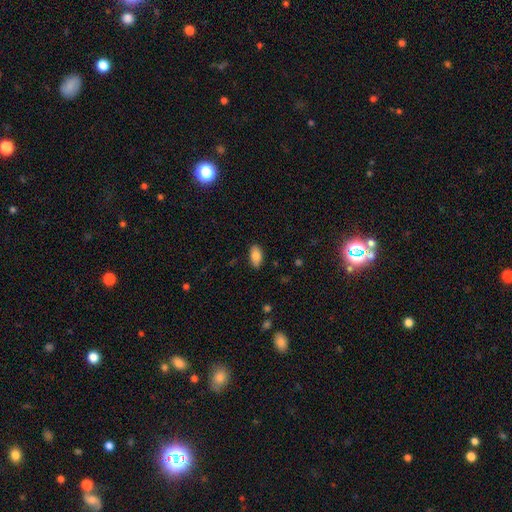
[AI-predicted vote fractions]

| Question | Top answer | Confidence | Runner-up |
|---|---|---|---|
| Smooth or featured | smooth | 82% | featured or disk (10%) |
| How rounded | in between | 92% | cigar-shaped (5%) |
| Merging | none | 86% | minor disturbance (10%) |